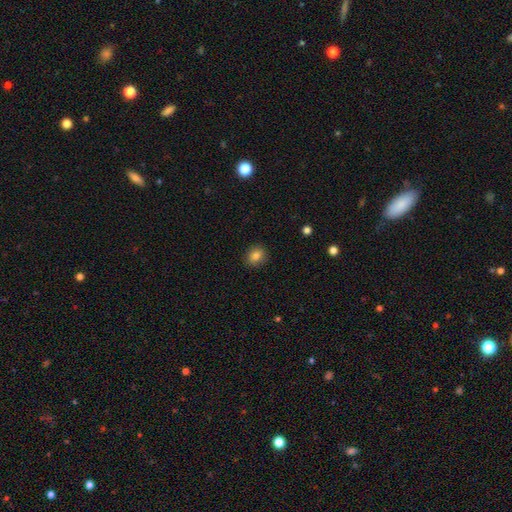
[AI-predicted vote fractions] A smooth galaxy with no disk features (82%) that is round (68%). Merging: none (90%).